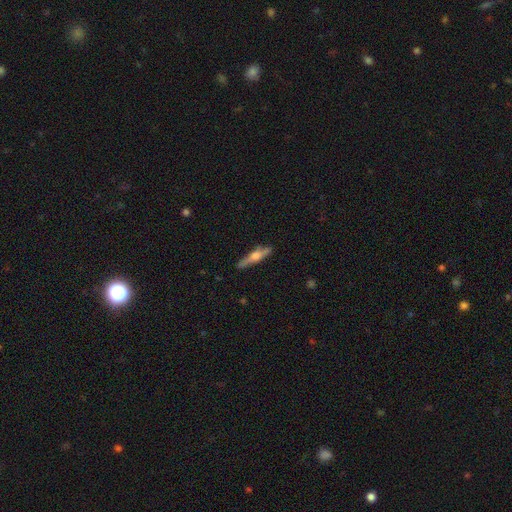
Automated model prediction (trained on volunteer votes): Overall: featured or disk (62%; smooth 33%). Edge-on disk: yes (95%). Edge-on bulge: rounded (90%). Merging: none (86%).